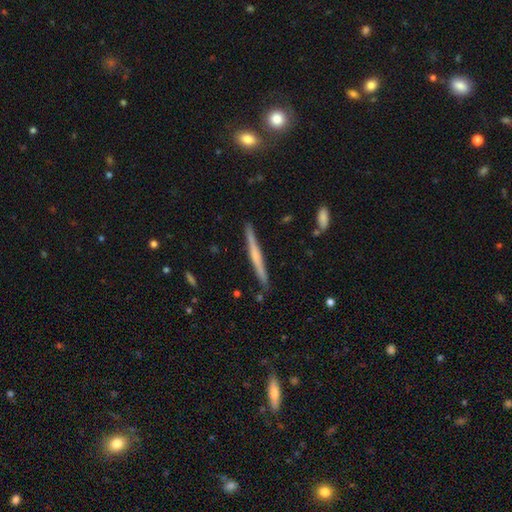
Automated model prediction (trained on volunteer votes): Smooth or featured?
  - featured or disk: 53% *
  - smooth: 41%
  - star or artifact: 6%
Edge-on disk?
  - yes: 97% *
  - no: 3%
Edge-on bulge?
  - none: 60% *
  - rounded: 27%
  - boxy: 13%
Merging?
  - none: 88% *
  - minor disturbance: 9%
  - merger: 2%
  - major disturbance: 2%